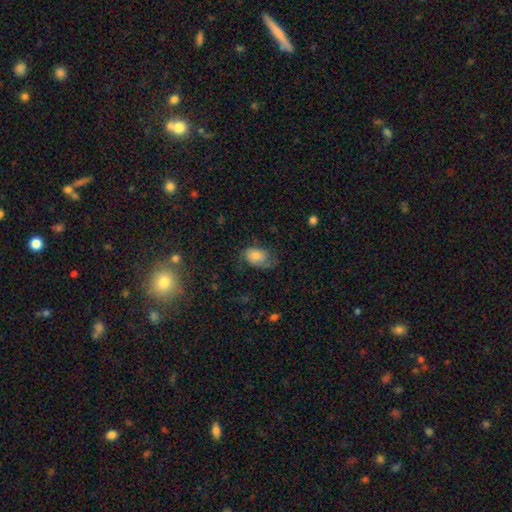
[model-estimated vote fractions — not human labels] Smooth or featured? smooth (61%)
How rounded? in between (84%)
Merging? none (53%)